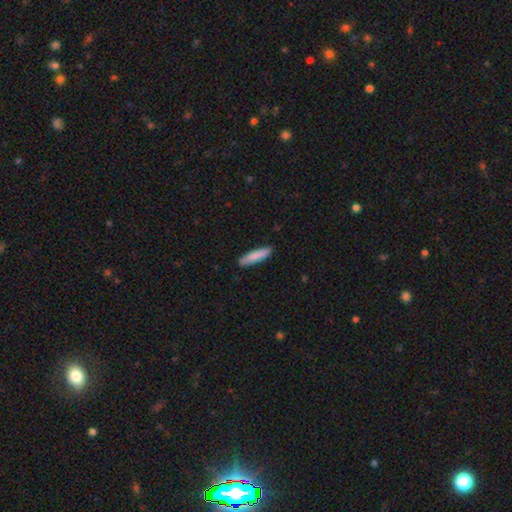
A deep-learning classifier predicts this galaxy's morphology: This appears to be a smooth galaxy with no disk features (85%) that is cigar-shaped (82%). Merging: none (89%).